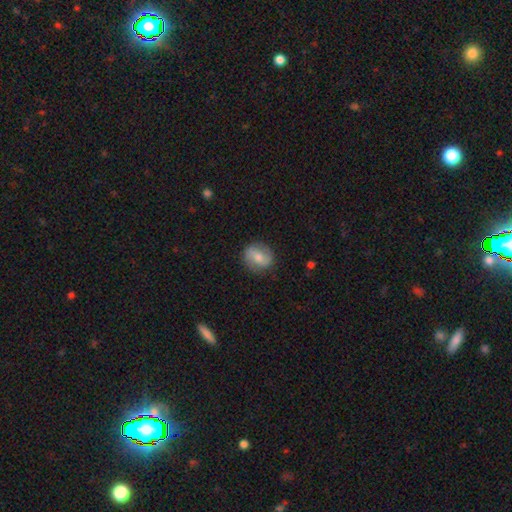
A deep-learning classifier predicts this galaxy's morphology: Smooth or featured: featured or disk — 51% (smooth — 40%)
Edge-on disk: no — 95% (yes — 5%)
Merging: none — 85% (minor disturbance — 11%)